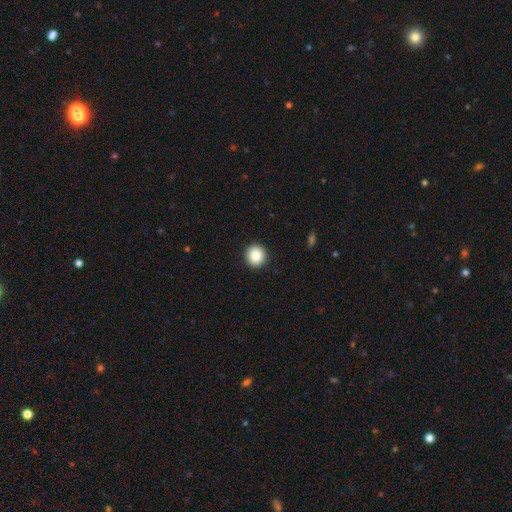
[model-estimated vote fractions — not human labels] Smooth or featured? smooth (85%)
How rounded? round (94%)
Merging? none (93%)